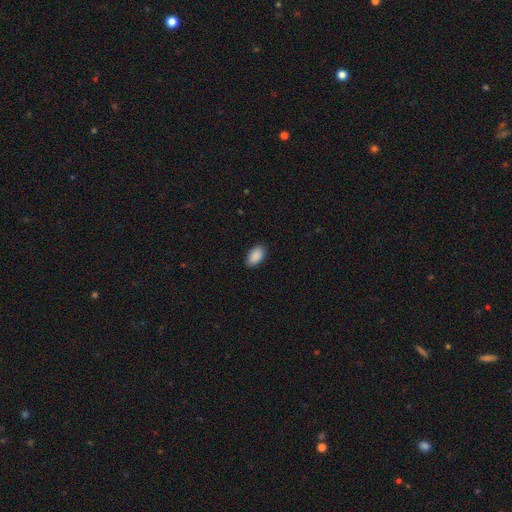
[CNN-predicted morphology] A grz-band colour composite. It shows a smooth galaxy with no disk features (90%) that is in between round and cigar-shaped (94%). Merging: none (87%).